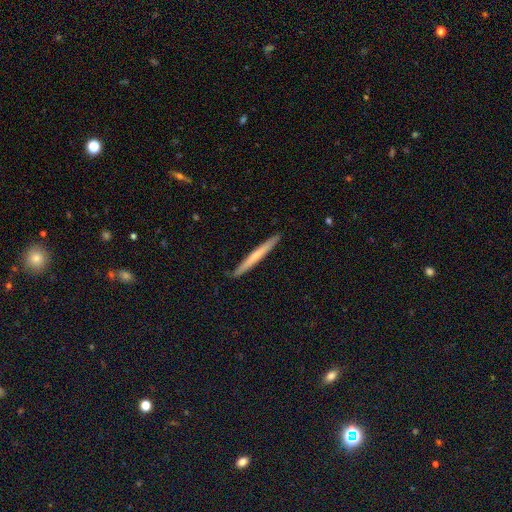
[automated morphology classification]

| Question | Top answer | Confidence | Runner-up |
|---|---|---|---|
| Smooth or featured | smooth | 52% | featured or disk (43%) |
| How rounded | cigar-shaped | 97% | in between (2%) |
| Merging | none | 91% | minor disturbance (7%) |